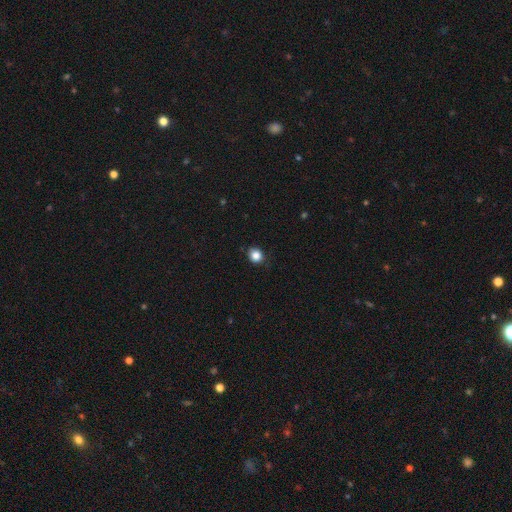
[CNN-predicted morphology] Smooth or featured: smooth — 85% (star or artifact — 11%)
How rounded: round — 77% (in between — 22%)
Merging: none — 85% (minor disturbance — 11%)